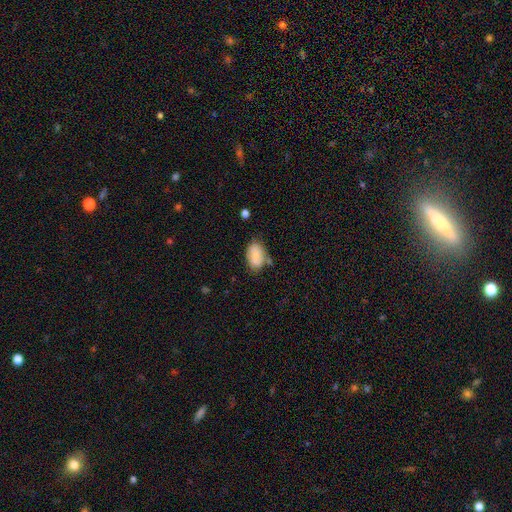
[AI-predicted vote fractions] This appears to be a smooth galaxy with no disk features (78%) that is in between round and cigar-shaped (88%). Merging: none (59%).